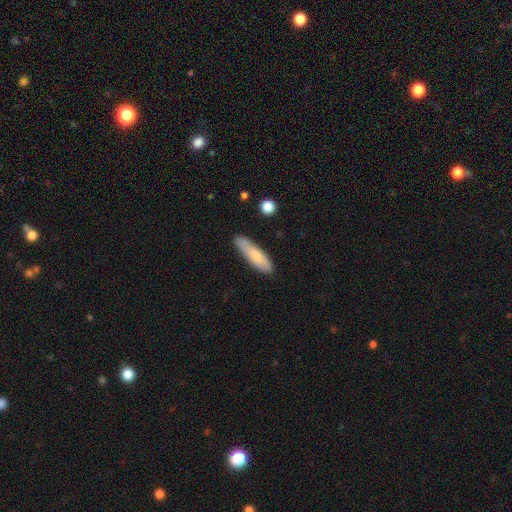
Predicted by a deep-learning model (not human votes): A smooth galaxy with no disk features (73%) that is cigar-shaped (70%).

Vote fractions:
- Smooth or featured? smooth: 73% / featured or disk: 21% / star or artifact: 6%
- How rounded? cigar-shaped: 70% / in between: 29% / round: 2%
- Merging? none: 77% / minor disturbance: 18% / major disturbance: 3% / merger: 3%